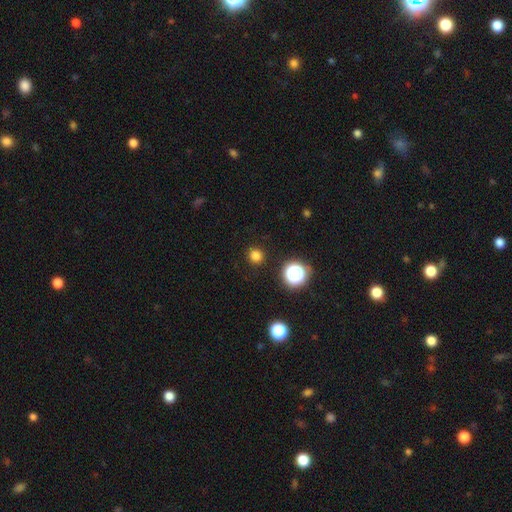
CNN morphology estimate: Q: Smooth or featured?
A: smooth (78%); runner-up: star or artifact (18%)
Q: How rounded?
A: round (92%); runner-up: in between (7%)
Q: Merging?
A: none (91%); runner-up: minor disturbance (5%)